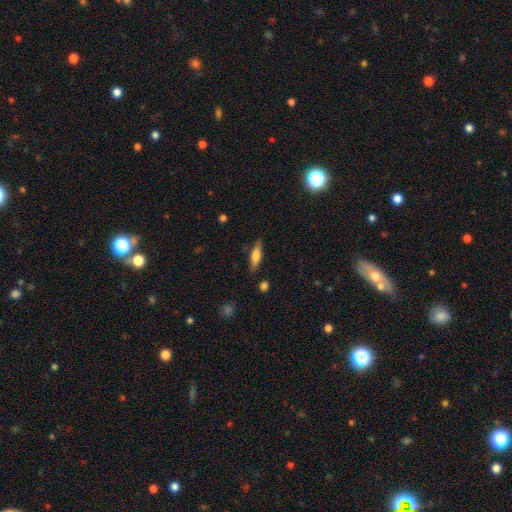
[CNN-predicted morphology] The model was most divided on "smooth or featured": smooth: 55%, featured or disk: 37%, star or artifact: 7%. More confident: merging — none (83%); how rounded — cigar-shaped (63%).